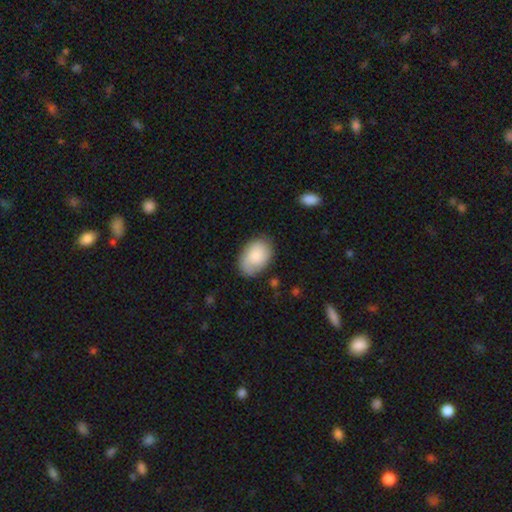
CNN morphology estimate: Smooth or featured?
  - smooth: 74% *
  - featured or disk: 20%
  - star or artifact: 7%
How rounded?
  - in between: 86% *
  - round: 13%
  - cigar-shaped: 1%
Merging?
  - none: 75% *
  - minor disturbance: 18%
  - major disturbance: 5%
  - merger: 2%